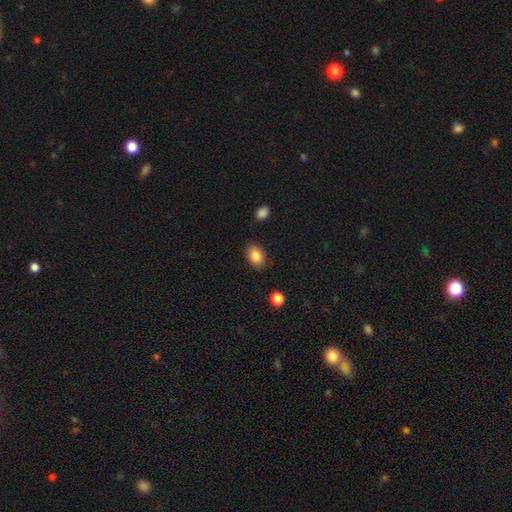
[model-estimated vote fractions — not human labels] Morphology: type=smooth (85%); roundness=in between (81%); merging=none (84%).